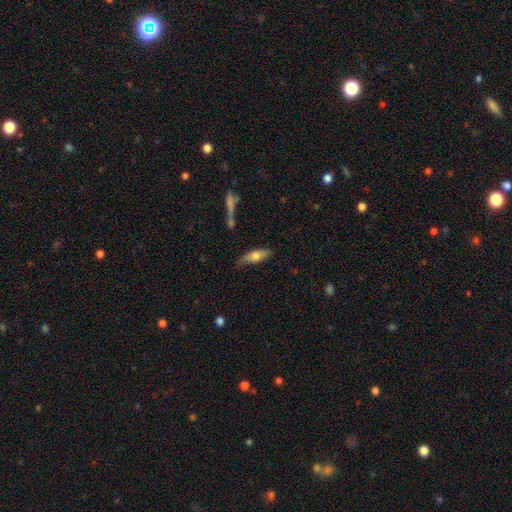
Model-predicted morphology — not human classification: type=smooth (66%); roundness=in between (59%); merging=none (61%).